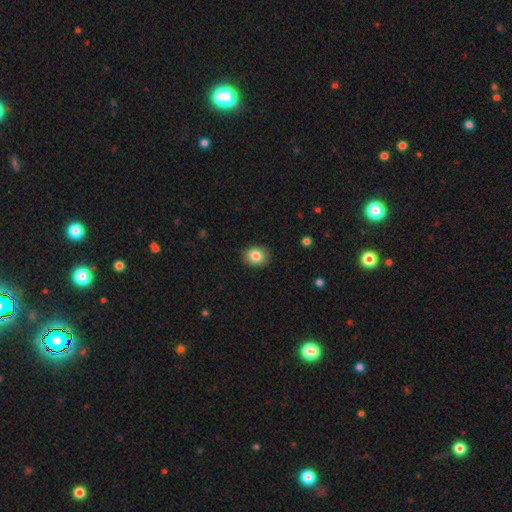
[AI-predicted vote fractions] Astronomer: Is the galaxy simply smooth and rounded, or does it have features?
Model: smooth — 84%.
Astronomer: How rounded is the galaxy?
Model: round — 61% (runner-up: in between, 38%).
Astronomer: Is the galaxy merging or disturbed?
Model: none — 90%.